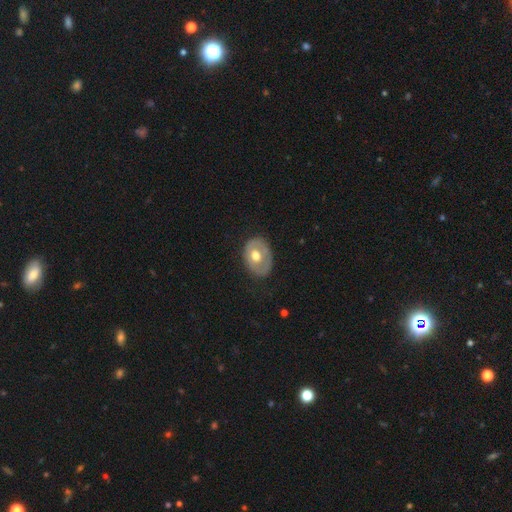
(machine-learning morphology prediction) Smooth or featured? Predicted: smooth (p=0.48). Merging? Predicted: none (p=0.72).